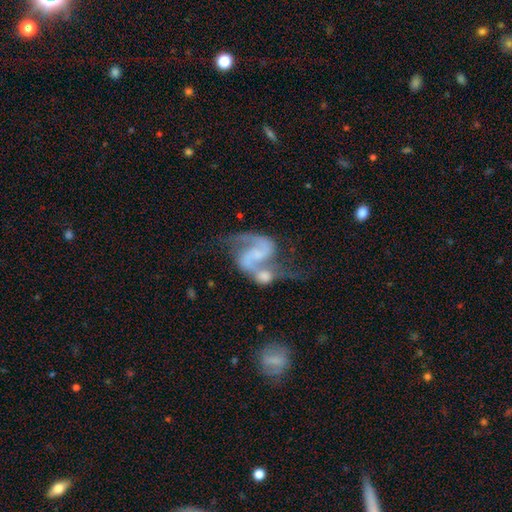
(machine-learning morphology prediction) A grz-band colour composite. It shows a featured or disk galaxy (88%) with a weak bar (44%), 2 (91%) loose (50%) spiral arms (96%) and a small central bulge (39%). Merging: merger (42%).